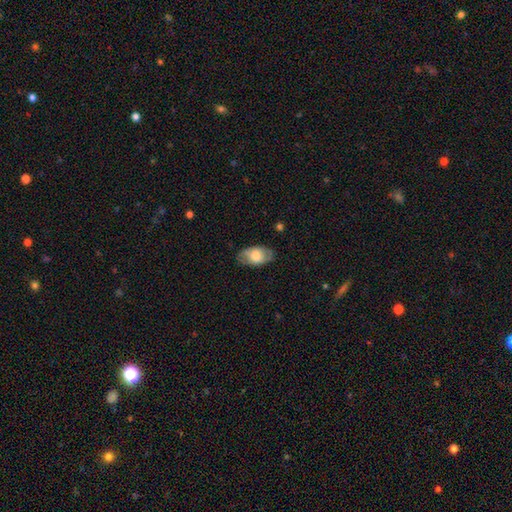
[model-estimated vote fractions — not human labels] smooth_or_featured: smooth (p=0.67) [alt: featured or disk p=0.26]
how_rounded: in between (p=0.93) [alt: round p=0.06]
merging: none (p=0.77) [alt: minor disturbance p=0.17]